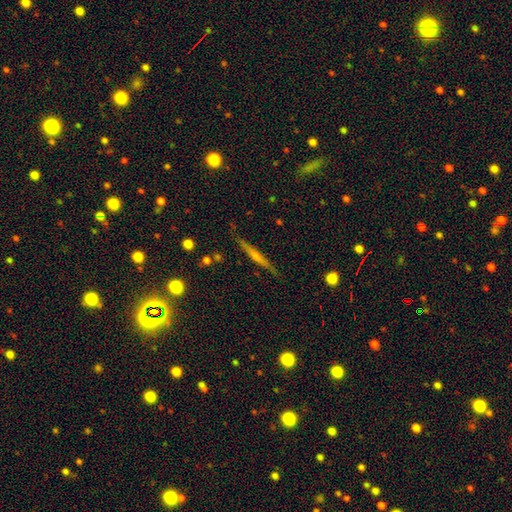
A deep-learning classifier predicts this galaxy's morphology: A featured or disk galaxy (63%) viewed edge-on (97%) with a rounded central bulge (50%).

Vote fractions:
- Smooth or featured? featured or disk: 63% / smooth: 28% / star or artifact: 9%
- Edge-on disk? yes: 97% / no: 3%
- Edge-on bulge? rounded: 50% / none: 39% / boxy: 11%
- Merging? none: 88% / minor disturbance: 8% / major disturbance: 2% / merger: 2%